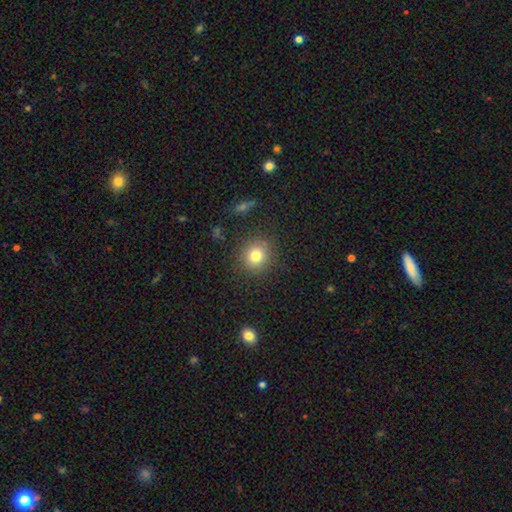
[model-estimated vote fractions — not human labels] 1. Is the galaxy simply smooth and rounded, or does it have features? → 78% smooth, 13% star or artifact, 9% featured or disk.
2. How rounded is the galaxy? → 86% round, 13% in between, 1% cigar-shaped.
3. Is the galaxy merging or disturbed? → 86% none, 9% minor disturbance, 3% major disturbance, 2% merger.